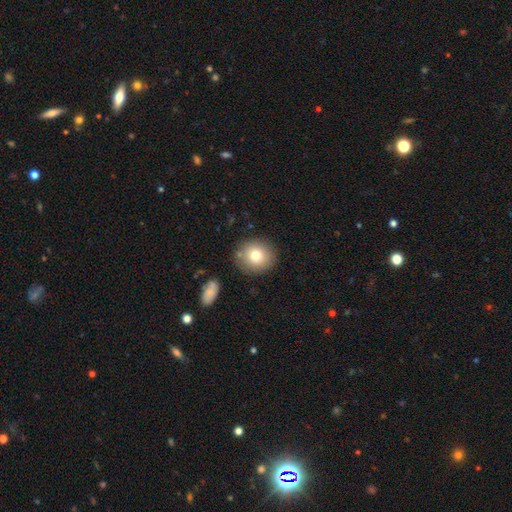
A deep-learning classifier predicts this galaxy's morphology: smooth_or_featured: smooth (p=0.77) [alt: featured or disk p=0.13]
how_rounded: round (p=0.87) [alt: in between p=0.12]
merging: none (p=0.84) [alt: minor disturbance p=0.10]